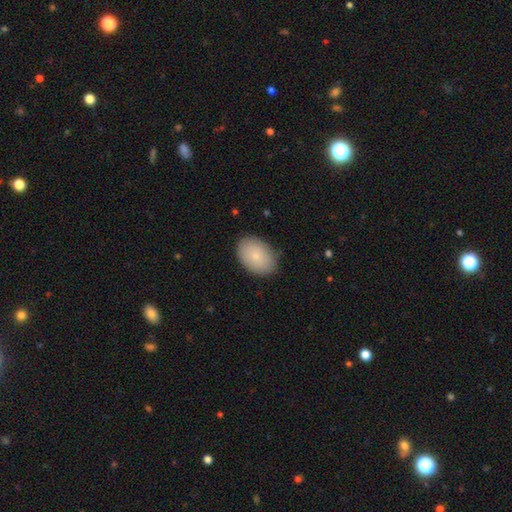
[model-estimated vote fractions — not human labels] smooth-or-featured: smooth: 83% | featured or disk: 11% | star or artifact: 7%
  how-rounded: in between: 85% | round: 14% | cigar-shaped: 1%
  merging: none: 83% | minor disturbance: 13% | major disturbance: 3% | merger: 1%